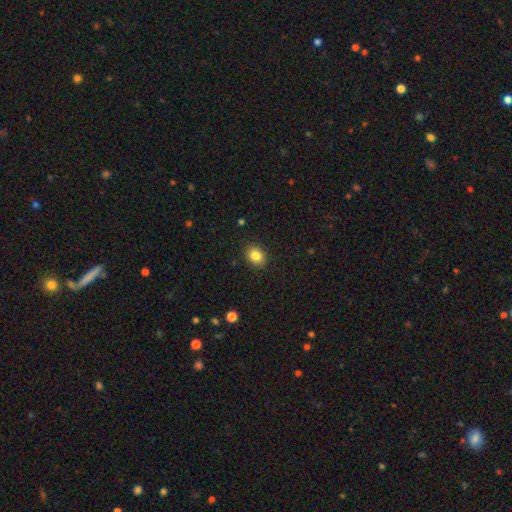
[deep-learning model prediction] smooth_or_featured: smooth (p=0.84) [alt: star or artifact p=0.10]
how_rounded: round (p=0.52) [alt: in between p=0.47]
merging: none (p=0.90) [alt: minor disturbance p=0.07]